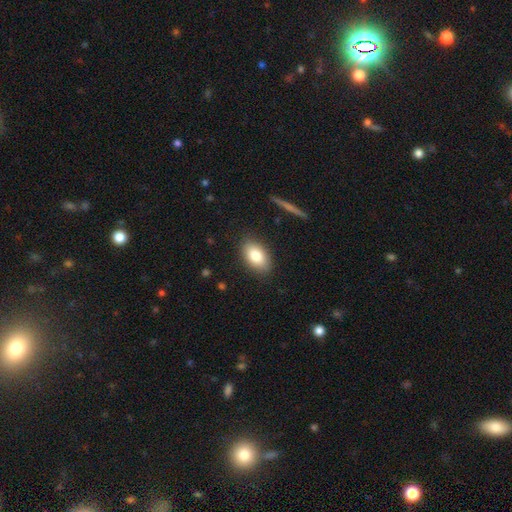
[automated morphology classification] smooth 81%, featured or disk 12%, star or artifact 8%. Down the decision tree: how rounded — in between (91%); merging — none (86%).